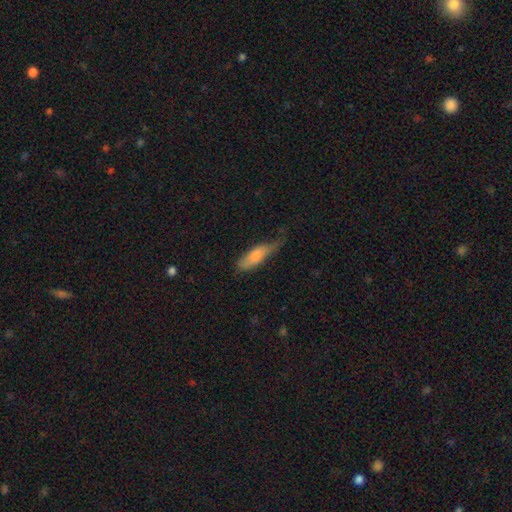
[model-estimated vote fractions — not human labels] Morphology: type=smooth (72%); roundness=cigar-shaped (53%); merging=none (44%).